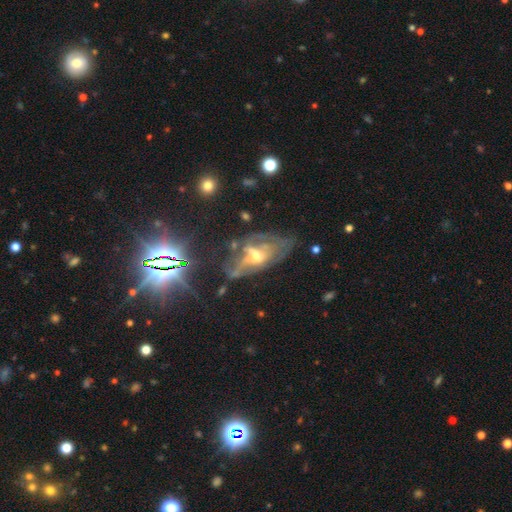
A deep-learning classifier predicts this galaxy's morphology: This is likely a featured or disk galaxy (62%). It is clearly not viewed edge-on (85%). Bar: possibly no (52%). Spiral arm pattern: possibly no (52%). Central bulge: possibly moderate (55%). Merging: marginally none (34%, tied with major disturbance).